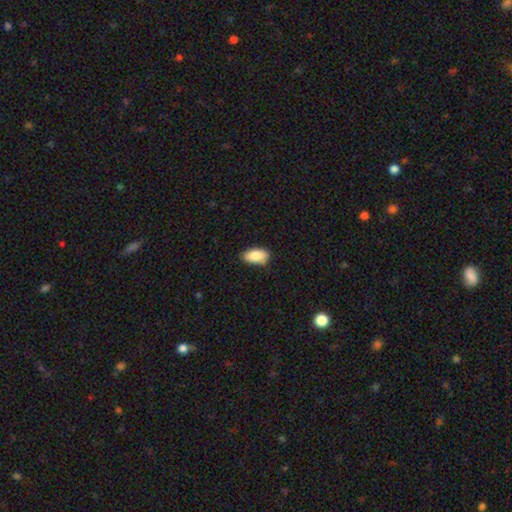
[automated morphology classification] Overall: smooth (85%). How rounded: in between (94%). Merging: none (80%).